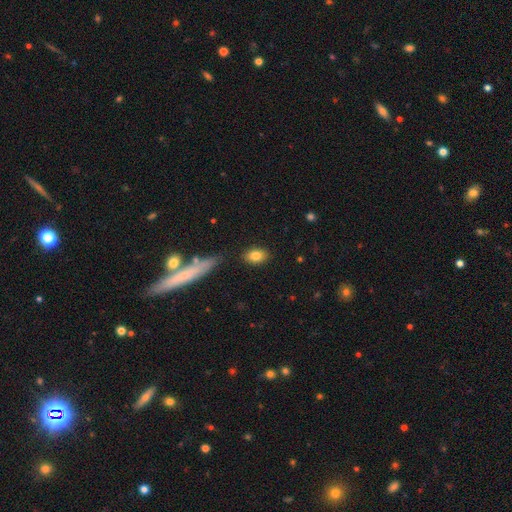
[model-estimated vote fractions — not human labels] This appears to be a smooth galaxy with no disk features (81%) that is in between round and cigar-shaped (81%). Merging: none (86%).